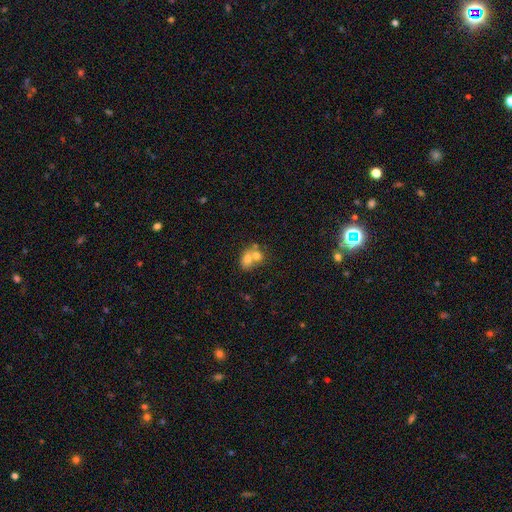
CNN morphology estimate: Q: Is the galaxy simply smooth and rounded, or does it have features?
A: smooth — 65%.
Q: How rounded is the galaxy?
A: round — 50%.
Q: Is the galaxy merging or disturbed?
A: merger — 66%.